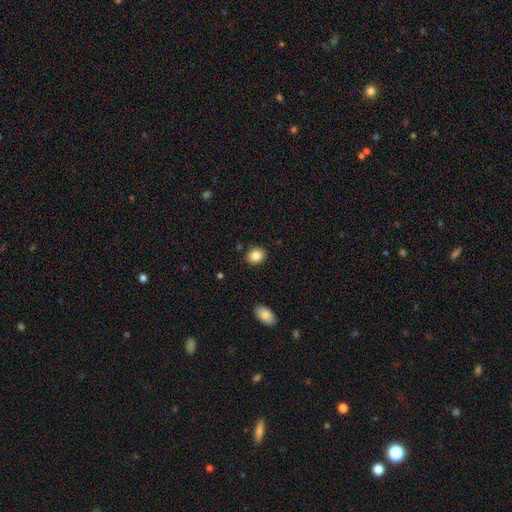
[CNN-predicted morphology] A smooth galaxy with no disk features (85%) that is round (61%). Merging: none (88%).